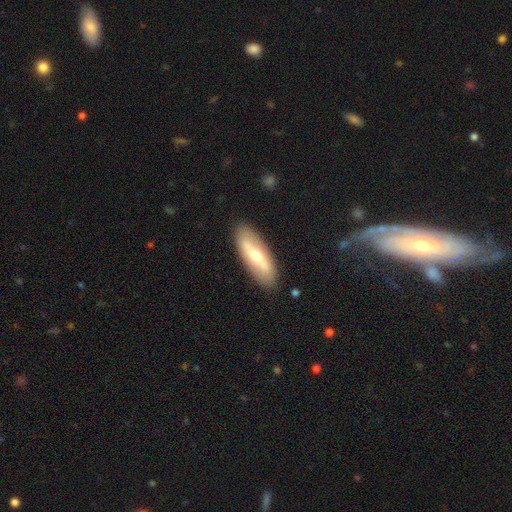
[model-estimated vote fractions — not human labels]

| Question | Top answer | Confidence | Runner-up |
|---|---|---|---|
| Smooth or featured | featured or disk | 50% | smooth (45%) |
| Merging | none | 86% | minor disturbance (10%) |